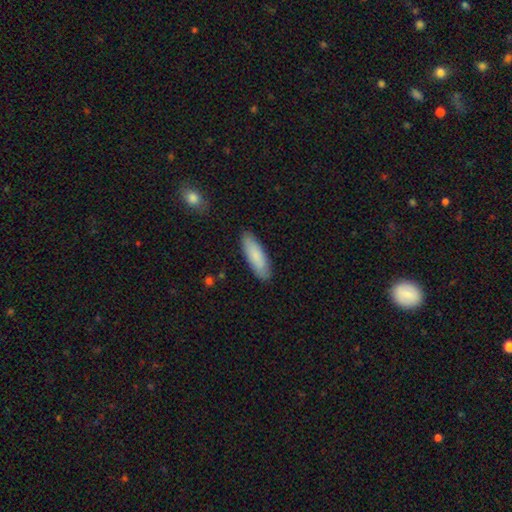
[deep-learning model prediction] Q: Smooth or featured?
A: smooth (85%); runner-up: featured or disk (10%)
Q: How rounded?
A: in between (53%); runner-up: cigar-shaped (45%)
Q: Merging?
A: none (88%); runner-up: minor disturbance (9%)